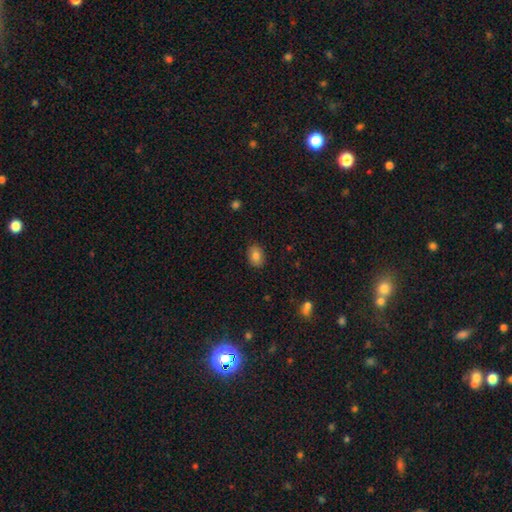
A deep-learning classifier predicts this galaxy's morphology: Smooth or featured: smooth — 83% (star or artifact — 9%)
How rounded: in between — 76% (round — 23%)
Merging: none — 87% (minor disturbance — 10%)